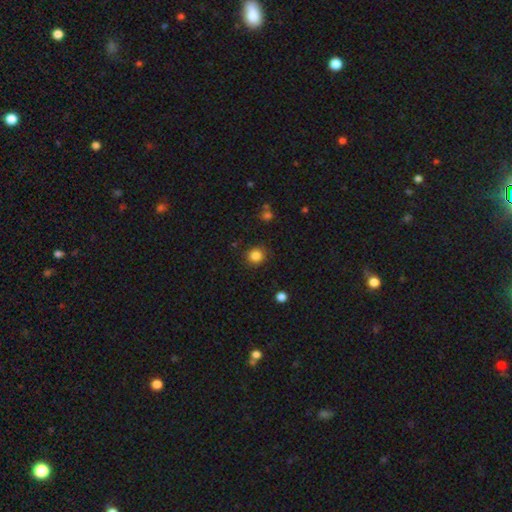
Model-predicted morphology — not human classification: type=smooth (85%); roundness=round (86%); merging=none (87%).